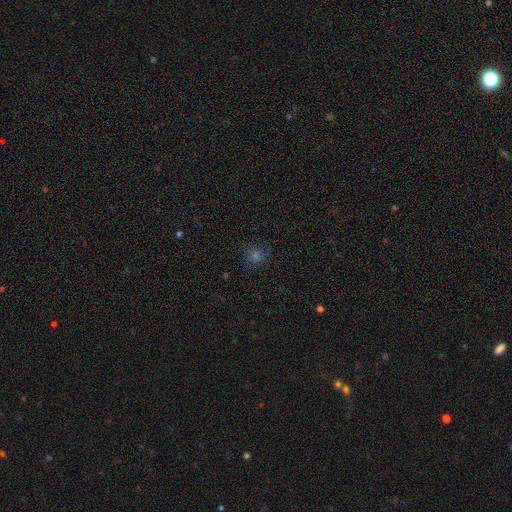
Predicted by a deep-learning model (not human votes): smooth 55%, star or artifact 30%, featured or disk 15%. Down the decision tree: how rounded — round (82%); merging — none (79%).